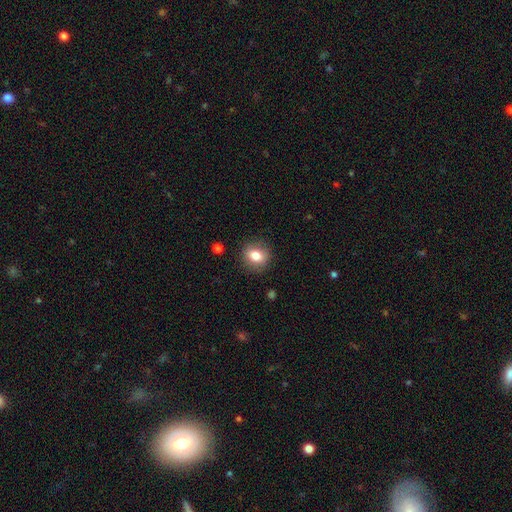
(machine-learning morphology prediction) Q: Smooth or featured?
A: smooth (79%); runner-up: featured or disk (12%)
Q: How rounded?
A: round (74%); runner-up: in between (25%)
Q: Merging?
A: none (87%); runner-up: minor disturbance (9%)